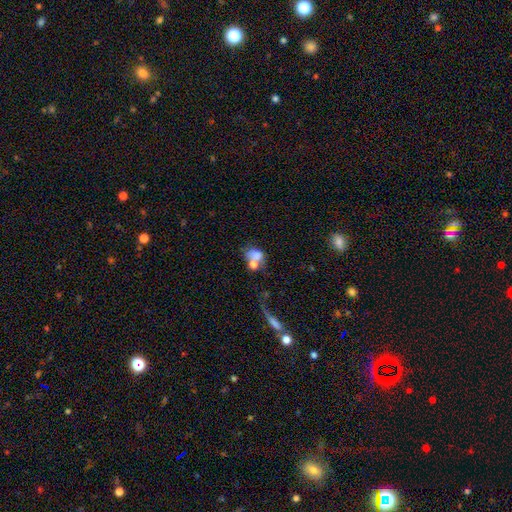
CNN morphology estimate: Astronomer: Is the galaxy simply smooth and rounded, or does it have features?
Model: smooth — 68%.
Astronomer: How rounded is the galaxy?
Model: in between — 52% (runner-up: round, 47%).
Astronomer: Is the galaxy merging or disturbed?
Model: merger — 55%.